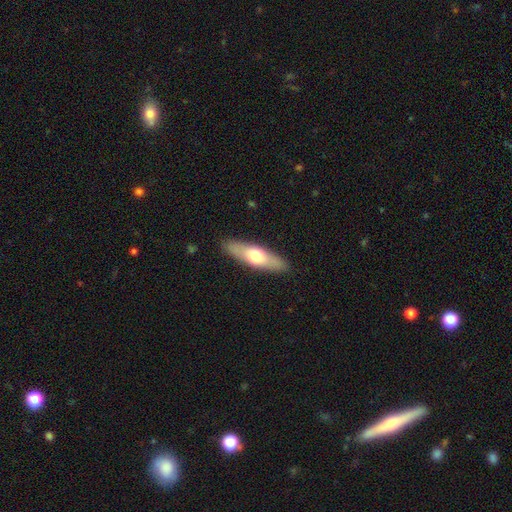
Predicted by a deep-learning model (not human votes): smooth-or-featured: smooth: 58% | featured or disk: 37% | star or artifact: 5%
  how-rounded: cigar-shaped: 56% | in between: 41% | round: 2%
  merging: none: 88% | minor disturbance: 9% | major disturbance: 2% | merger: 1%